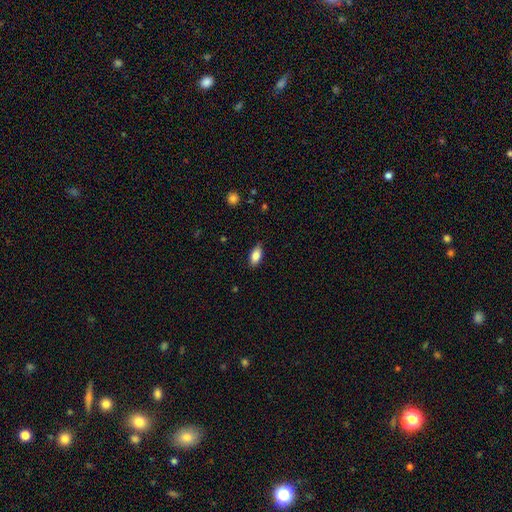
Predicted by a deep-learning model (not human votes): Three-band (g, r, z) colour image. It shows a smooth galaxy with no disk features (85%) that is in between round and cigar-shaped (90%). Merging: none (82%).